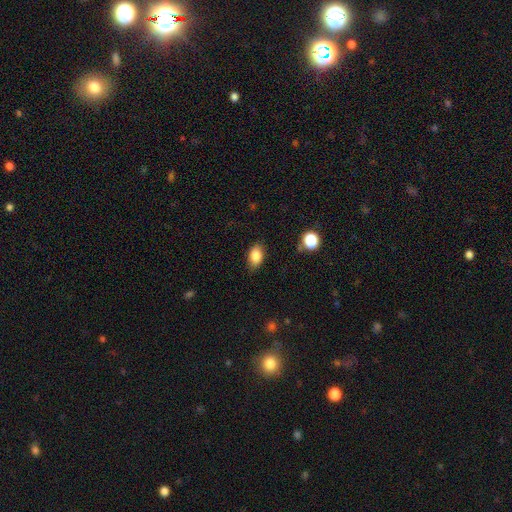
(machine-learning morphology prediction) Smooth or featured? Predicted: smooth (p=0.85). How rounded? Predicted: in between (p=0.88). Merging? Predicted: none (p=0.82).